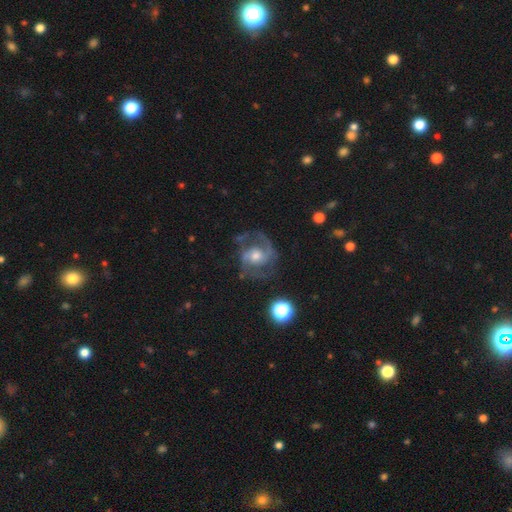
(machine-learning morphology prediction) This appears to be a featured or disk galaxy (85%) with no bar (55%), 2 (77%) medium (57%) spiral arms (96%) and a moderate central bulge (61%). Merging: none (66%).